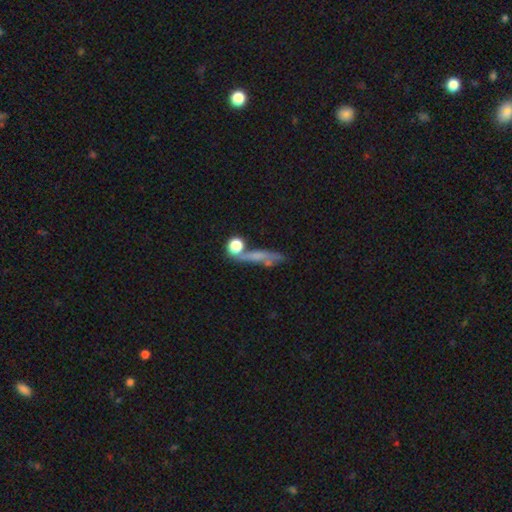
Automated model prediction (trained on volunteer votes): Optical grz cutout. It shows a smooth galaxy with no disk features (51%) that is cigar-shaped (60%). Merging: none (52%).